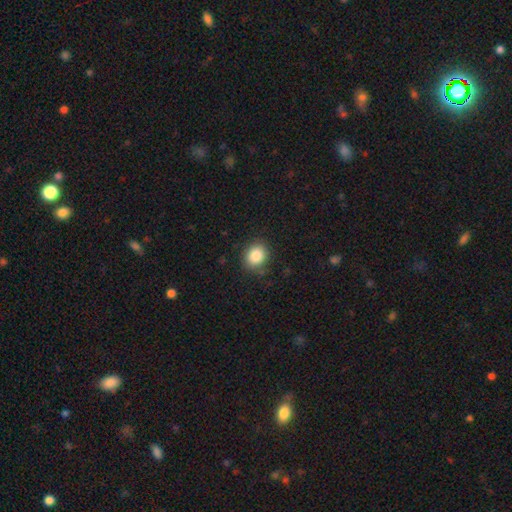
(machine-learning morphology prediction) Smooth or featured? smooth (85%)
How rounded? round (66%)
Merging? none (87%)